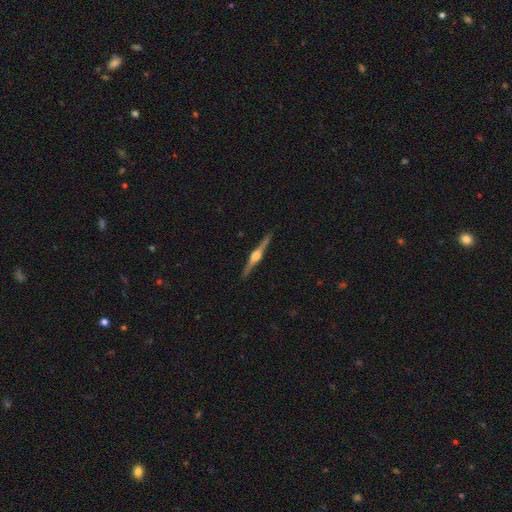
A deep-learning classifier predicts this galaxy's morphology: type=featured or disk (85%); edge-on=yes (99%); edge-on bulge=rounded (94%); merging=none (92%).